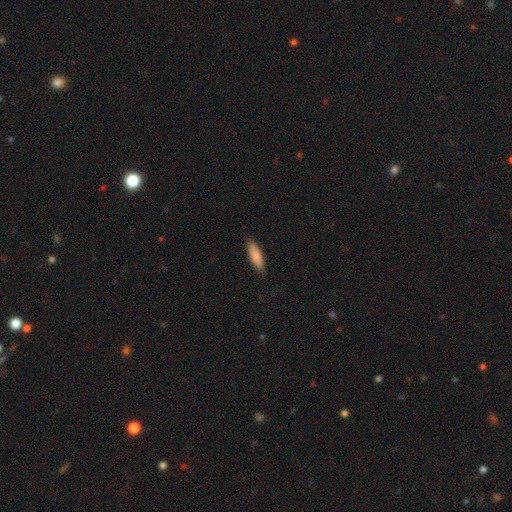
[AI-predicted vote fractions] Q: Smooth or featured?
A: smooth (86%); runner-up: featured or disk (8%)
Q: How rounded?
A: cigar-shaped (62%); runner-up: in between (37%)
Q: Merging?
A: none (89%); runner-up: minor disturbance (9%)